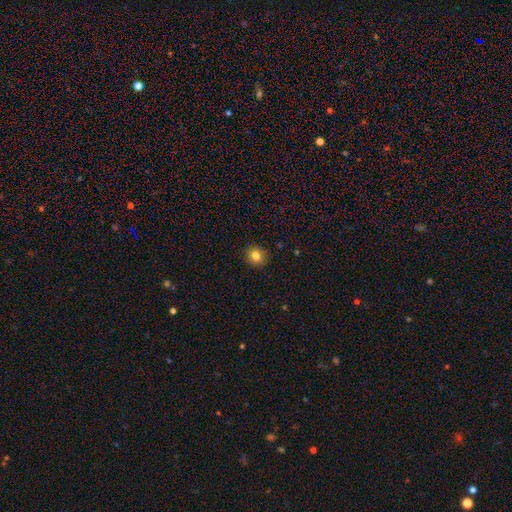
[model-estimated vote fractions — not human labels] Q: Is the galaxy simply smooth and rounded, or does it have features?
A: smooth — 81%.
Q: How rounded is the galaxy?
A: round — 81%.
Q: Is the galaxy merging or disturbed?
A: none — 91%.